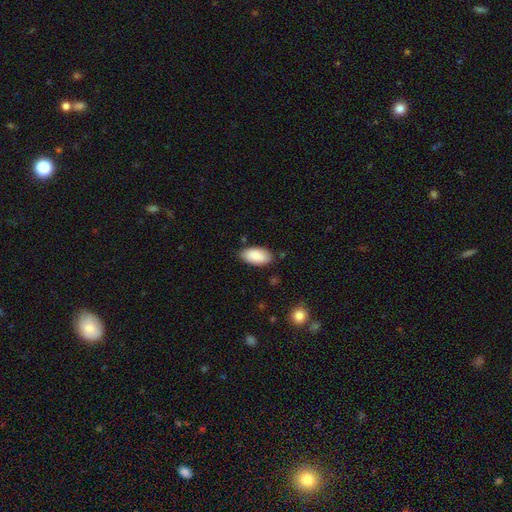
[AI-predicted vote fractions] Overall: smooth (88%). How rounded: in between (95%). Merging: none (82%).